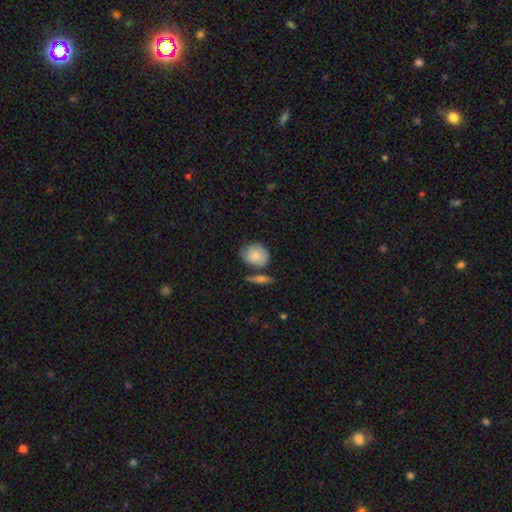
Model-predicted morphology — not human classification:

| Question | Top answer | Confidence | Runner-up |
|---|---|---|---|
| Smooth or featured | smooth | 77% | featured or disk (17%) |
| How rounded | round | 55% | in between (43%) |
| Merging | none | 57% | minor disturbance (21%) |